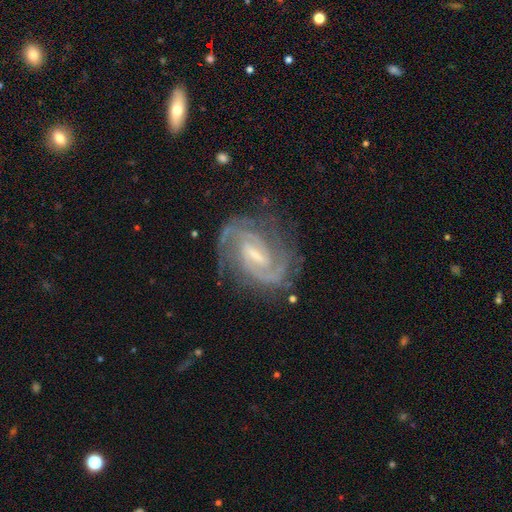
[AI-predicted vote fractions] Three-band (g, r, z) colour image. It shows a featured or disk galaxy (90%) with a weak bar (51%), 2 (72%) tight (50%) spiral arms (98%) and a small central bulge (49%). Merging: none (75%).